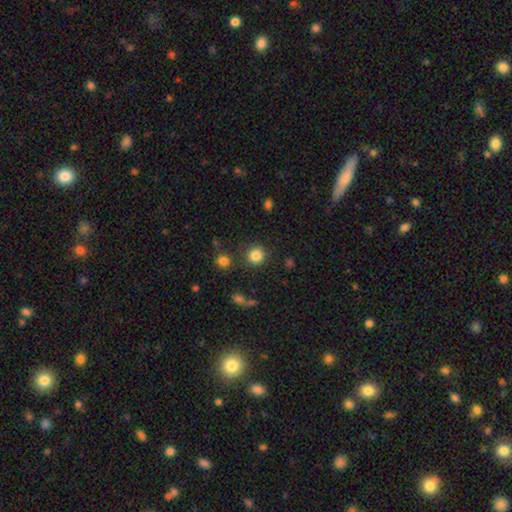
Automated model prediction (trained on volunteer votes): The model was most divided on "smooth or featured": smooth: 84%, star or artifact: 11%, featured or disk: 5%. More confident: how rounded — round (90%); merging — none (85%).